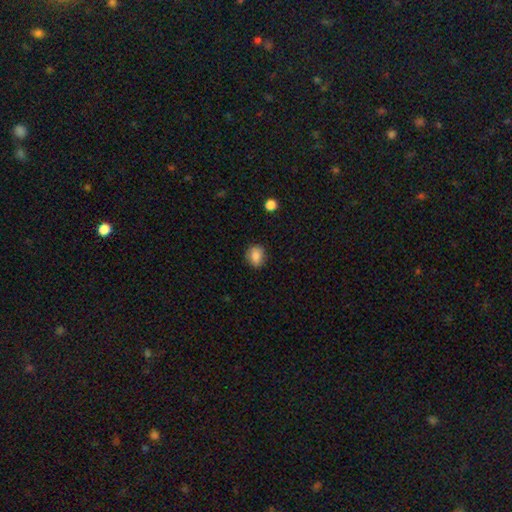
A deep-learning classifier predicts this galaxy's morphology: smooth-or-featured: smooth: 84% | star or artifact: 9% | featured or disk: 7%
  how-rounded: round: 60% | in between: 39% | cigar-shaped: 1%
  merging: none: 82% | minor disturbance: 14% | major disturbance: 3% | merger: 1%